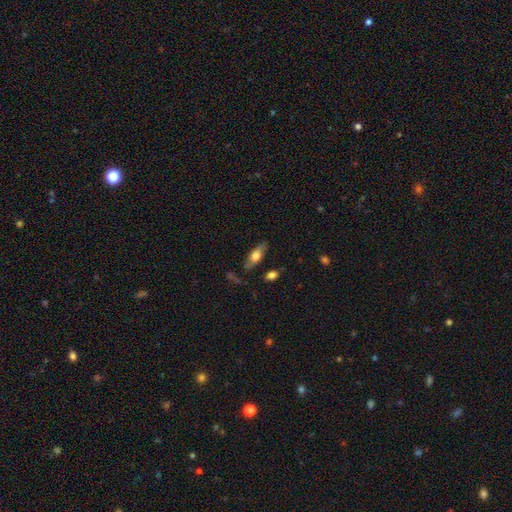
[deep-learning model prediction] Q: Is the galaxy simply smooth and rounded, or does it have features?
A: smooth — 64%.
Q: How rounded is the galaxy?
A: in between — 74%.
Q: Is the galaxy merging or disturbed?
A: none — 74%.